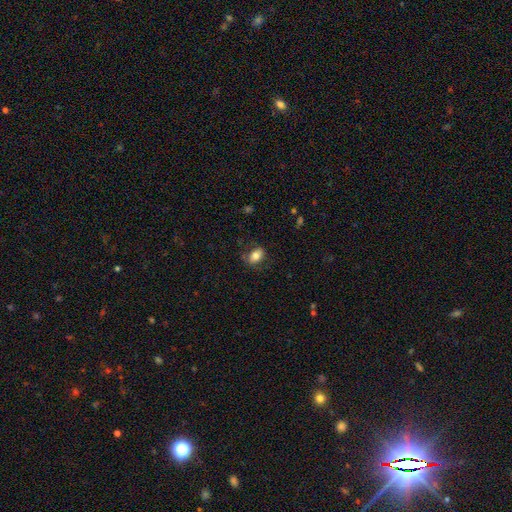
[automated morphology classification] Q: Smooth or featured?
A: smooth (75%); runner-up: featured or disk (17%)
Q: How rounded?
A: in between (84%); runner-up: round (14%)
Q: Merging?
A: none (73%); runner-up: minor disturbance (18%)